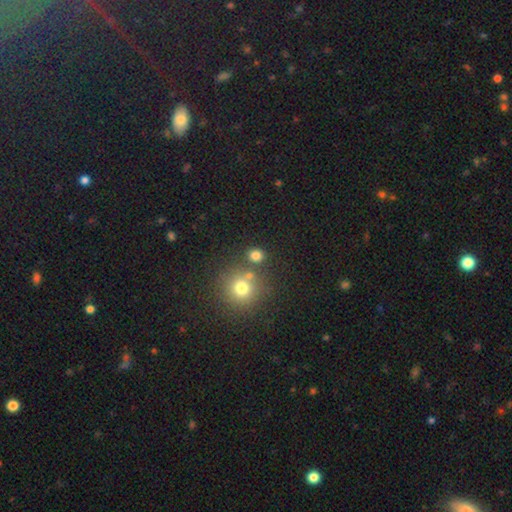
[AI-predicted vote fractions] Smooth or featured: smooth — 76% (star or artifact — 17%)
How rounded: round — 84% (in between — 15%)
Merging: none — 75% (merger — 14%)